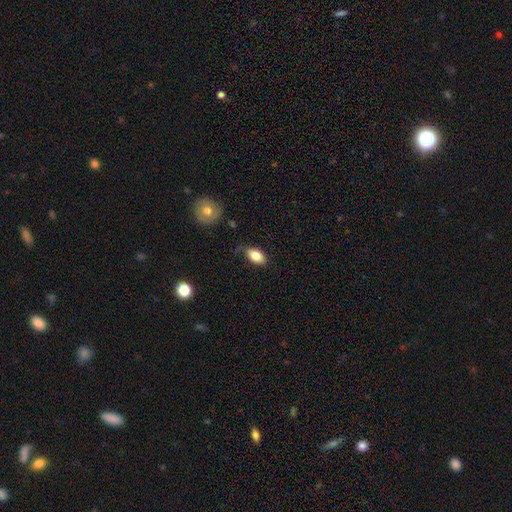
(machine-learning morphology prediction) smooth-or-featured: smooth: 81% | featured or disk: 12% | star or artifact: 8%
  how-rounded: in between: 91% | round: 6% | cigar-shaped: 3%
  merging: none: 68% | minor disturbance: 22% | major disturbance: 7% | merger: 3%